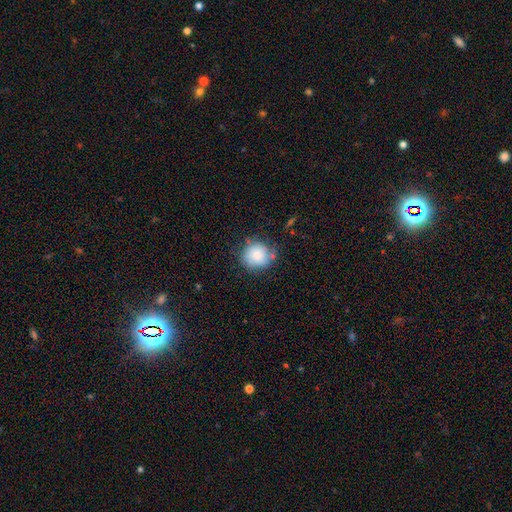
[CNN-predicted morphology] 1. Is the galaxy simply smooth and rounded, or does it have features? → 83% smooth, 9% featured or disk, 8% star or artifact.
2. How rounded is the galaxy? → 84% round, 15% in between, 1% cigar-shaped.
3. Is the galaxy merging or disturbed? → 68% none, 22% minor disturbance, 6% major disturbance, 4% merger.